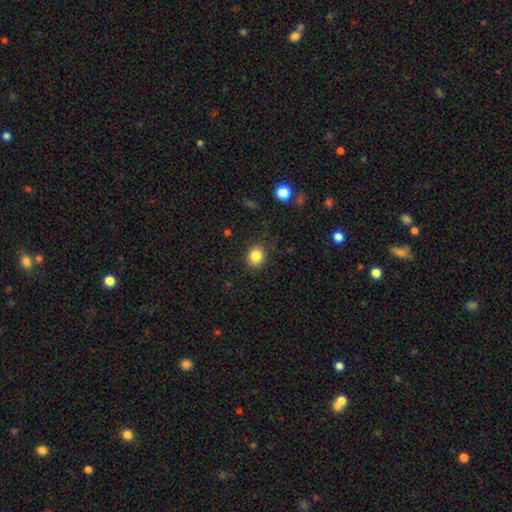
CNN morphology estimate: Smooth or featured?
  - smooth: 83% *
  - star or artifact: 10%
  - featured or disk: 6%
How rounded?
  - round: 63% *
  - in between: 36%
  - cigar-shaped: 1%
Merging?
  - none: 86% *
  - minor disturbance: 10%
  - major disturbance: 3%
  - merger: 1%